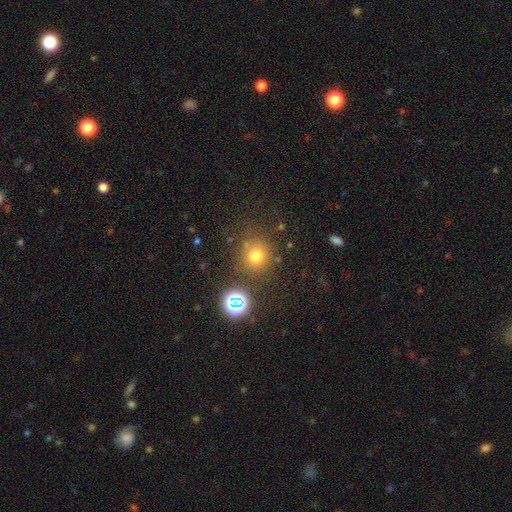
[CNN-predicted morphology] type=smooth (70%); roundness=round (89%); merging=none (77%).